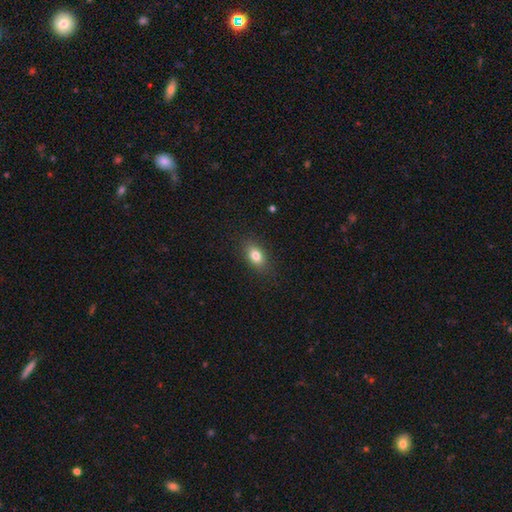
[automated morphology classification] The model was most divided on "how rounded": in between: 82%, round: 15%, cigar-shaped: 3%. More confident: merging — none (85%); smooth or featured — smooth (81%).